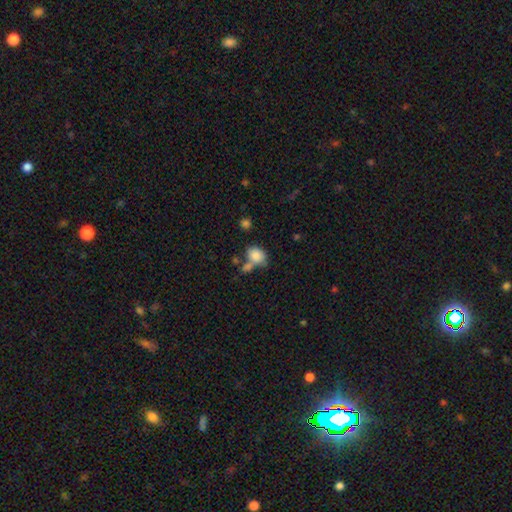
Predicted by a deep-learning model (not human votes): This is clearly a smooth galaxy (83%). How rounded: likely in between (68%). Merging: marginally none (42%).